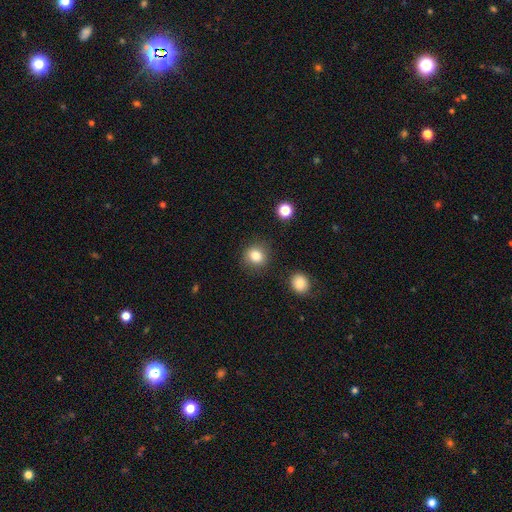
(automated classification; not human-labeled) smooth-or-featured: smooth: 82% | star or artifact: 11% | featured or disk: 7%
  how-rounded: round: 84% | in between: 15% | cigar-shaped: 1%
  merging: none: 86% | minor disturbance: 8% | major disturbance: 3% | merger: 2%